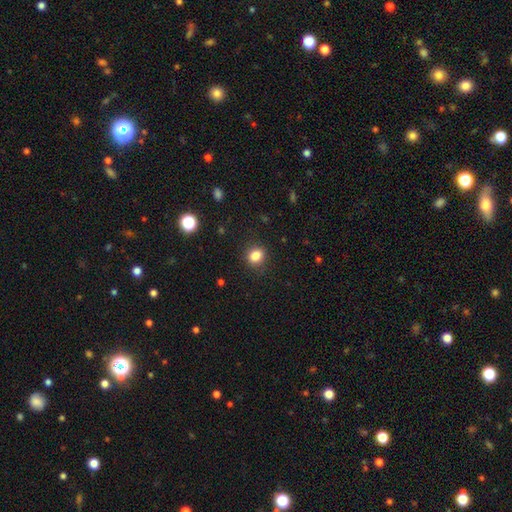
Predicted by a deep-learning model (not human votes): Smooth or featured? smooth (84%)
How rounded? round (63%)
Merging? none (88%)